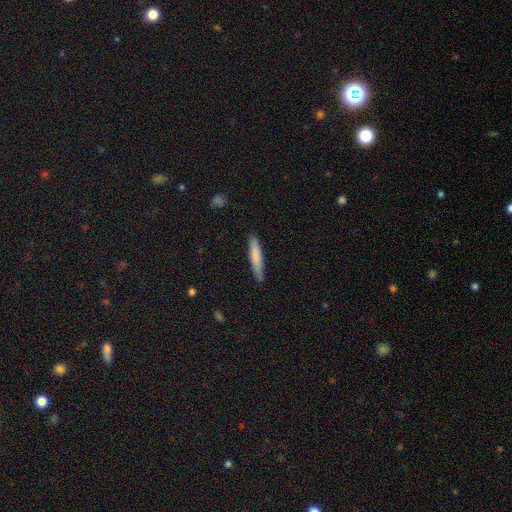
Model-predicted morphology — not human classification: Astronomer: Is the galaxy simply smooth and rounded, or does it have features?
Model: smooth — 78%.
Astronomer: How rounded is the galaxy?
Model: cigar-shaped — 91%.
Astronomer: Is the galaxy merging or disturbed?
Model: none — 86%.